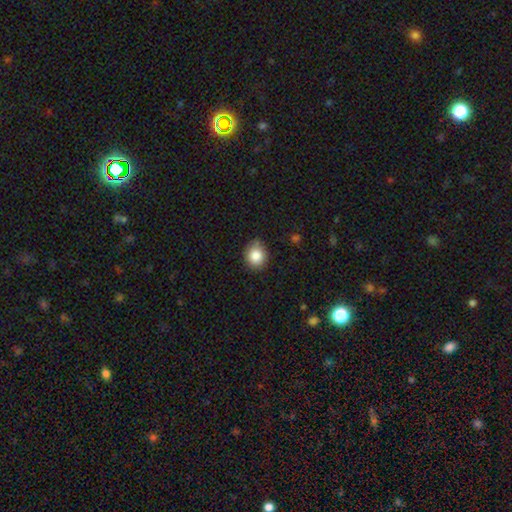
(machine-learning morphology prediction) This is clearly a smooth galaxy (85%). How rounded: likely round (70%). Merging: likely none (78%).